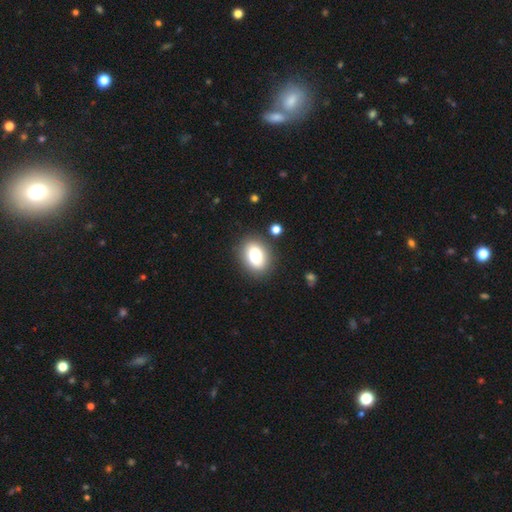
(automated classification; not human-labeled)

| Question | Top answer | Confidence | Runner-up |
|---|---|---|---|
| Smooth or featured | smooth | 79% | featured or disk (12%) |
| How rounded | in between | 72% | round (27%) |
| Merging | none | 85% | minor disturbance (9%) |